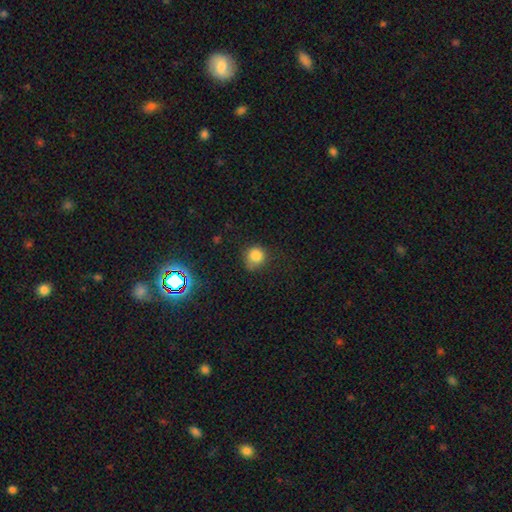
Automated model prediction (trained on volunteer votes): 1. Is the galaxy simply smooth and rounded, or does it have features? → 82% smooth, 13% star or artifact, 6% featured or disk.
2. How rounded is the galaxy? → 86% round, 13% in between, 1% cigar-shaped.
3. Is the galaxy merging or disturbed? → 64% none, 26% minor disturbance, 7% major disturbance, 3% merger.